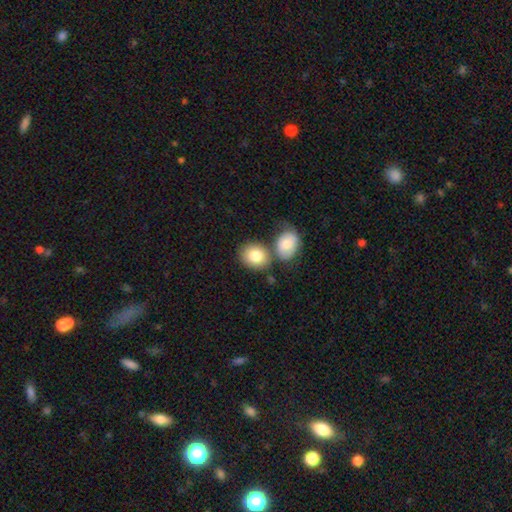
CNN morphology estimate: The model was most divided on "how rounded": round: 56%, in between: 43%, cigar-shaped: 1%. More confident: smooth or featured — smooth (80%); merging — none (52%).